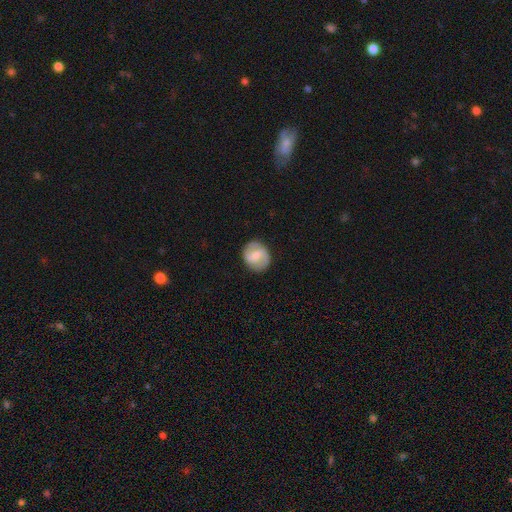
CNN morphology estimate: Overall: featured or disk (60%; smooth 33%). Edge-on disk: no (98%). Bar: weak (53%; no 29%). Spiral arms: yes (87%). Spiral arm count: 2 (88%). Spiral winding: medium (49%; tight 29%). Bulge size: small (45%; moderate 42%). Merging: none (85%).